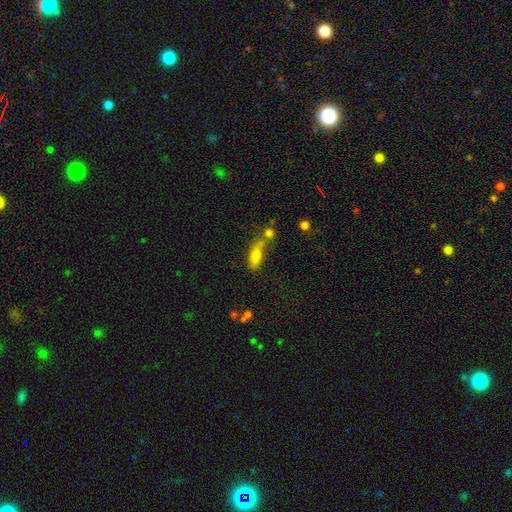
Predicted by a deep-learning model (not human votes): This is likely a smooth galaxy (72%). How rounded: likely in between (64%). Merging: marginally none (40%).